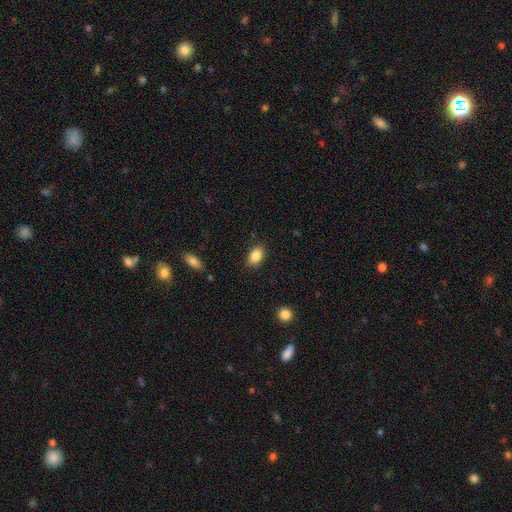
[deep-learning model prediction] smooth-or-featured: smooth: 86% | star or artifact: 8% | featured or disk: 6%
  how-rounded: in between: 88% | round: 10% | cigar-shaped: 2%
  merging: none: 84% | minor disturbance: 12% | major disturbance: 3% | merger: 1%